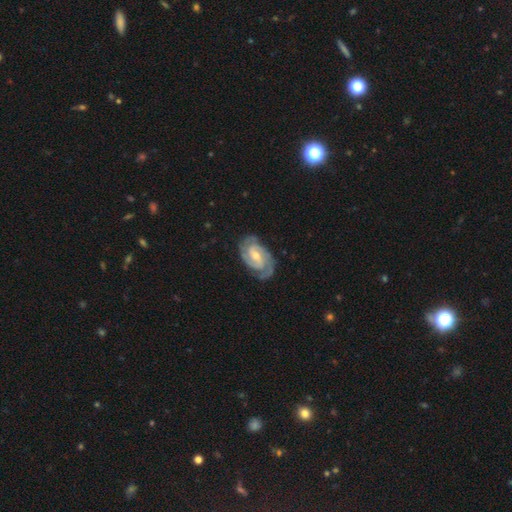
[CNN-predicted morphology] Overall: featured or disk (90%). Edge-on disk: no (97%). Bar: weak (51%; no 27%). Spiral arms: yes (98%). Spiral arm count: 2 (74%). Spiral winding: tight (64%; medium 31%). Bulge size: moderate (50%; small 46%). Merging: none (79%).